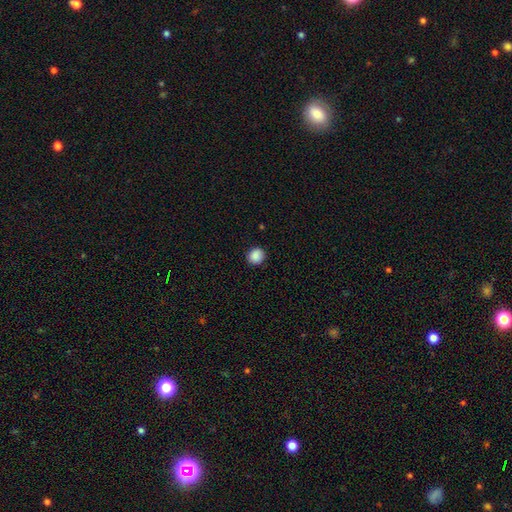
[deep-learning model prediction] Overall: smooth (88%). How rounded: round (84%). Merging: none (90%).